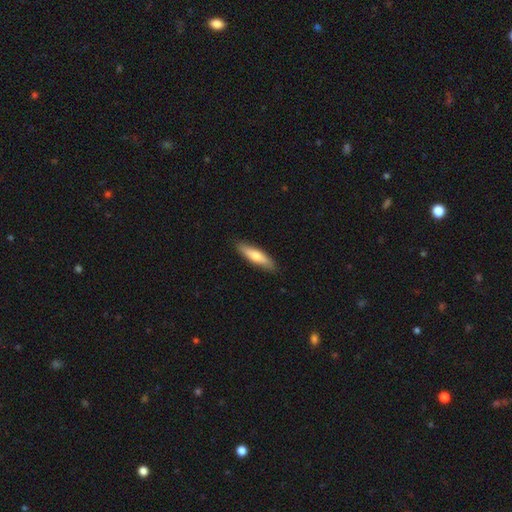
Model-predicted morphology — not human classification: A smooth galaxy with no disk features (64%) that is cigar-shaped (72%).

Vote fractions:
- Smooth or featured? smooth: 64% / featured or disk: 31% / star or artifact: 5%
- How rounded? cigar-shaped: 72% / in between: 27% / round: 2%
- Merging? none: 88% / minor disturbance: 9% / major disturbance: 2% / merger: 1%